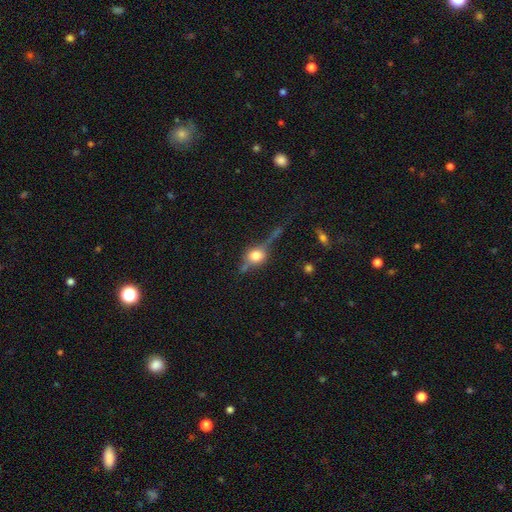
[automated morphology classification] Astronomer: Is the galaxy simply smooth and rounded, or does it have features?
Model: featured or disk — 45% (runner-up: smooth, 43%).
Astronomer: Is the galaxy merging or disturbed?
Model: none — 58%.